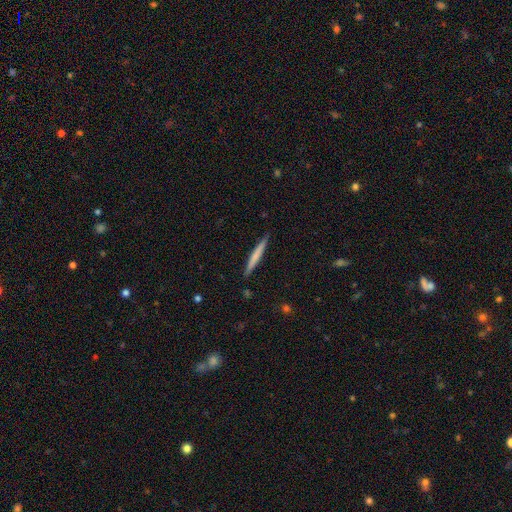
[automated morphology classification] smooth 61%, featured or disk 34%, star or artifact 5%. Down the decision tree: how rounded — cigar-shaped (96%); merging — none (90%).